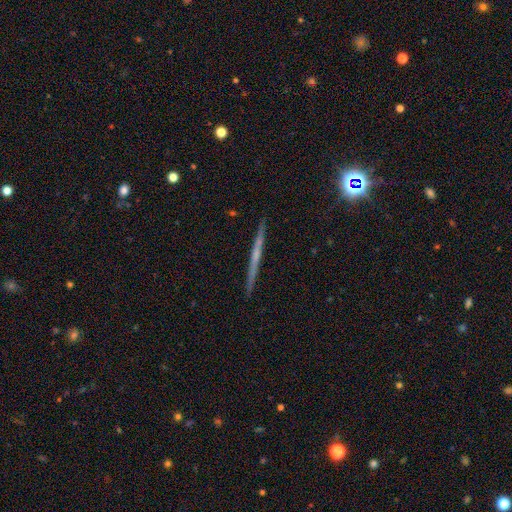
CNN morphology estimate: Smooth or featured: featured or disk — 59% (smooth — 33%)
Edge-on disk: yes — 98% (no — 2%)
Edge-on bulge: none — 78% (rounded — 16%)
Merging: none — 92% (minor disturbance — 6%)